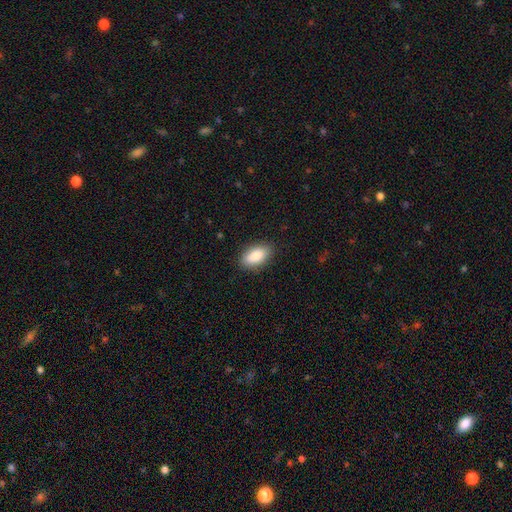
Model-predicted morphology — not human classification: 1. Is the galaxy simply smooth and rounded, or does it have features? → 84% smooth, 9% featured or disk, 7% star or artifact.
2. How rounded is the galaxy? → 91% in between, 5% cigar-shaped, 4% round.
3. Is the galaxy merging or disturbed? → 87% none, 10% minor disturbance, 2% major disturbance, 1% merger.